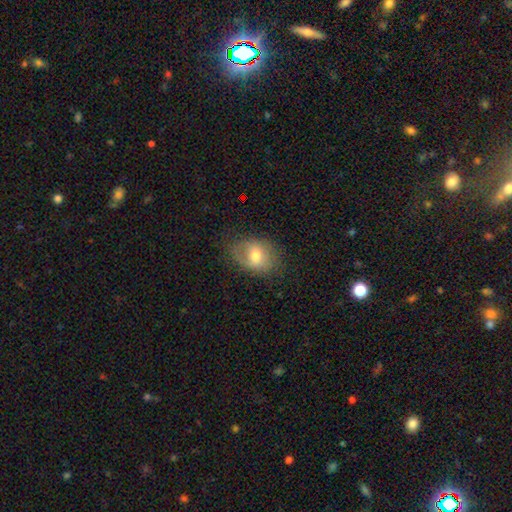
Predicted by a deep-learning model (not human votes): Overall: smooth (63%; featured or disk 28%). How rounded: in between (68%; round 31%). Merging: none (69%).